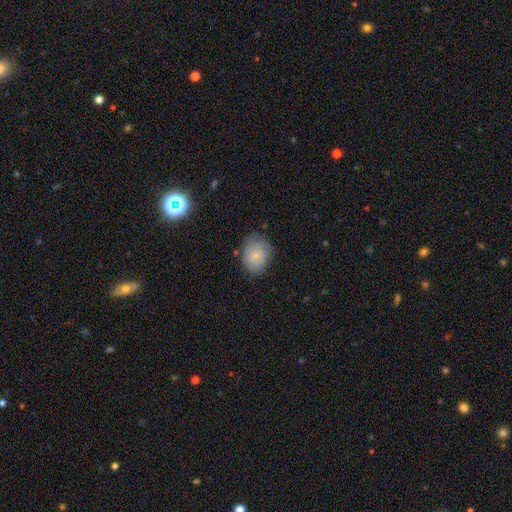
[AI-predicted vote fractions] A smooth galaxy with no disk features (78%) that is in between round and cigar-shaped (57%). Merging: none (71%).